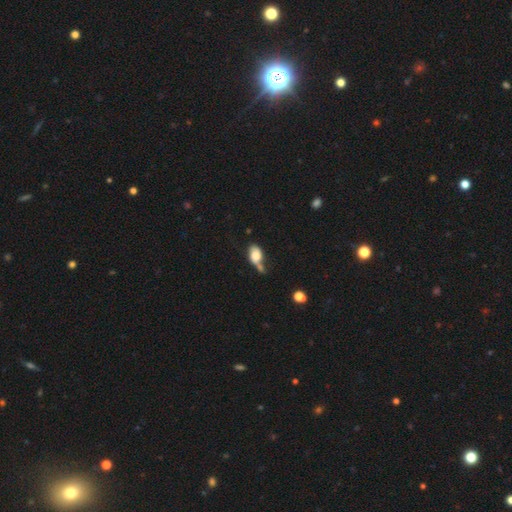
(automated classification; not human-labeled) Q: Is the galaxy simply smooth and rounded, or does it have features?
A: smooth — 70%.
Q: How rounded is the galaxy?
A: in between — 82%.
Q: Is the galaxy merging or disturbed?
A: merger — 39%.